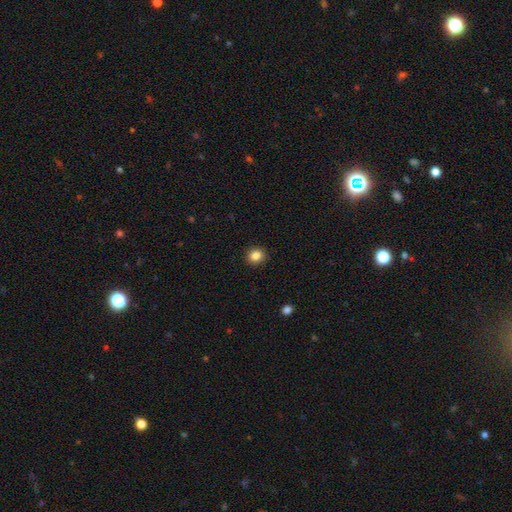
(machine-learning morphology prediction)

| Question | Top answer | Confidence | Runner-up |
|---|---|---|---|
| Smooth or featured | smooth | 85% | star or artifact (11%) |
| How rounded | round | 81% | in between (18%) |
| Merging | none | 92% | minor disturbance (6%) |